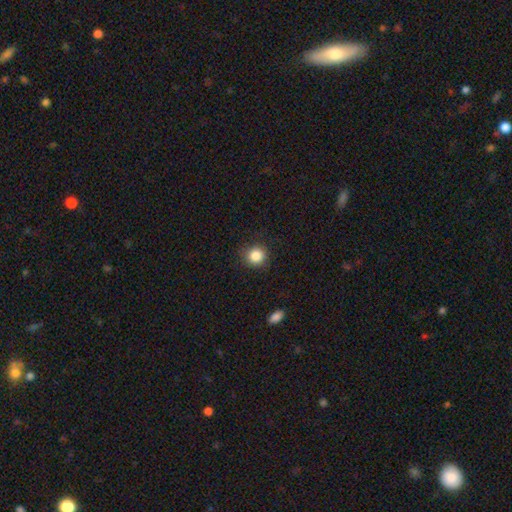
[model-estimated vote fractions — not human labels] Morphology: type=smooth (85%); roundness=round (90%); merging=none (88%).